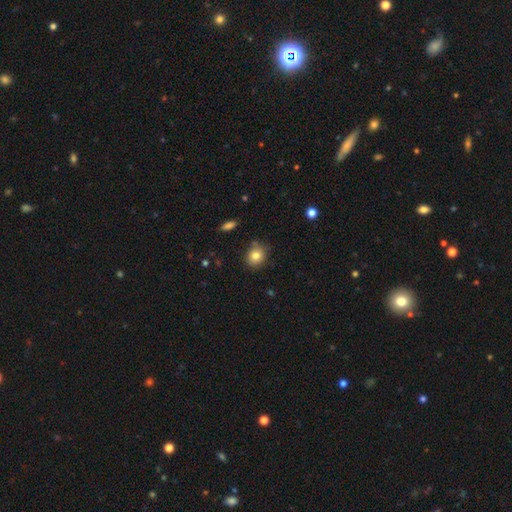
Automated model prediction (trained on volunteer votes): Q: Smooth or featured?
A: smooth (82%); runner-up: star or artifact (10%)
Q: How rounded?
A: round (70%); runner-up: in between (29%)
Q: Merging?
A: none (79%); runner-up: minor disturbance (14%)